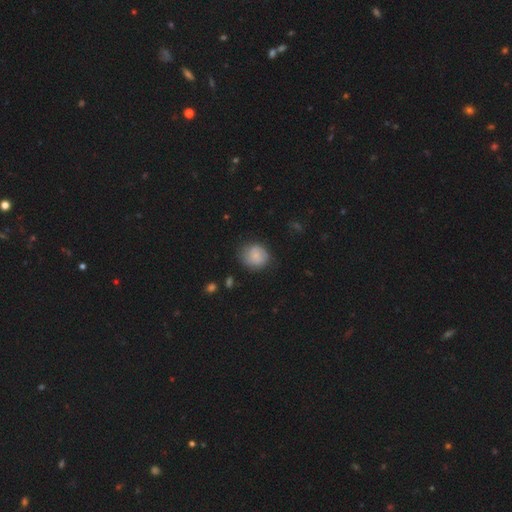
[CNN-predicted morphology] smooth-or-featured: smooth: 70% | featured or disk: 22% | star or artifact: 8%
  how-rounded: round: 83% | in between: 16% | cigar-shaped: 1%
  merging: none: 70% | minor disturbance: 21% | major disturbance: 7% | merger: 2%